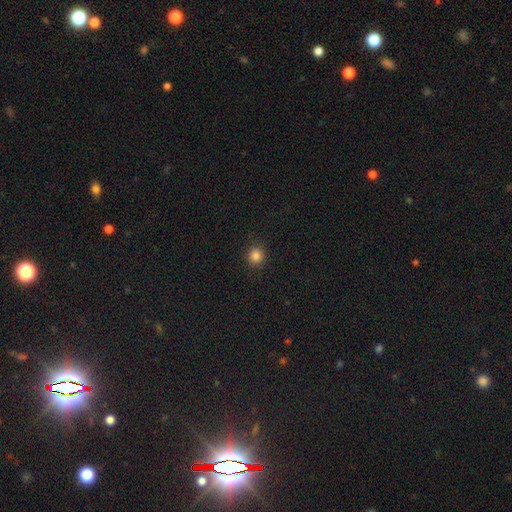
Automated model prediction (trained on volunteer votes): A smooth galaxy with no disk features (85%) that is round (91%).

Vote fractions:
- Smooth or featured? smooth: 85% / star or artifact: 12% / featured or disk: 3%
- How rounded? round: 91% / in between: 8% / cigar-shaped: 1%
- Merging? none: 91% / minor disturbance: 6% / major disturbance: 2% / merger: 1%